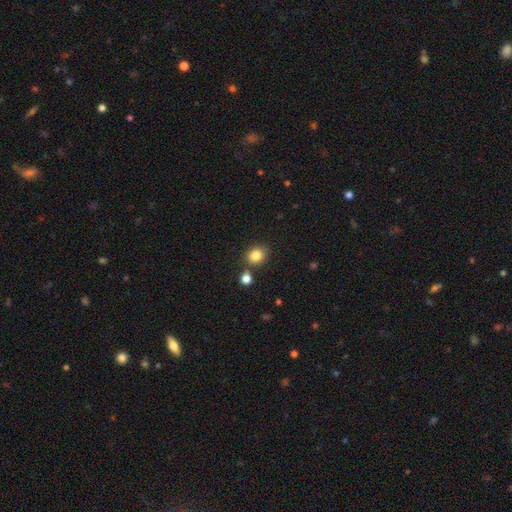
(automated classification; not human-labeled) A smooth galaxy with no disk features (83%) that is round (67%).

Vote fractions:
- Smooth or featured? smooth: 83% / star or artifact: 11% / featured or disk: 6%
- How rounded? round: 67% / in between: 32% / cigar-shaped: 1%
- Merging? none: 77% / minor disturbance: 11% / merger: 10% / major disturbance: 3%